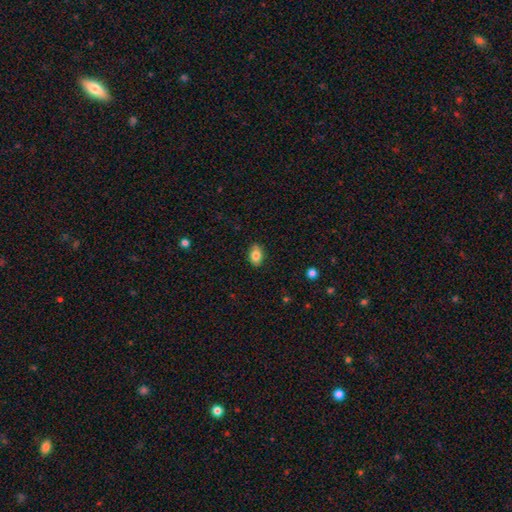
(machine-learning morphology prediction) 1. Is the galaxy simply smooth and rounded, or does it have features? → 83% smooth, 9% featured or disk, 8% star or artifact.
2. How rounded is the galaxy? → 87% in between, 11% round, 2% cigar-shaped.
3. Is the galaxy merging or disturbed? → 87% none, 10% minor disturbance, 2% major disturbance, 1% merger.